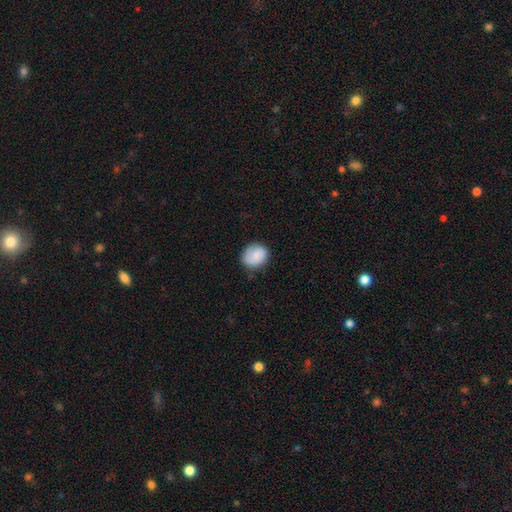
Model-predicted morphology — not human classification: Smooth or featured? Predicted: smooth (p=0.80). How rounded? Predicted: round (p=0.65). Merging? Predicted: none (p=0.77).